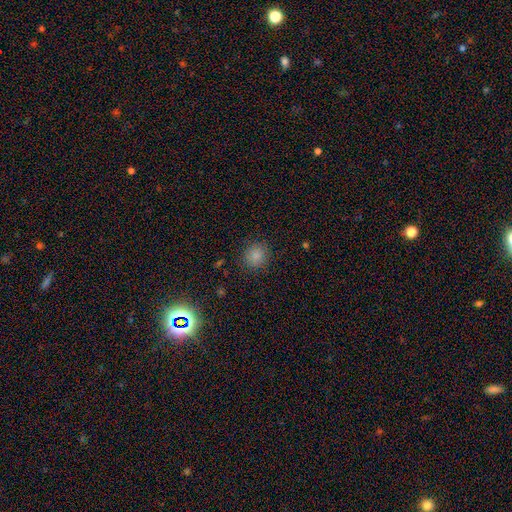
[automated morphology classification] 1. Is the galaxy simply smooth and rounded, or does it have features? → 85% smooth, 12% star or artifact, 4% featured or disk.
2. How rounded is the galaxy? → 81% round, 18% in between, 1% cigar-shaped.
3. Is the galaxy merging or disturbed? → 87% none, 9% minor disturbance, 3% major disturbance, 1% merger.